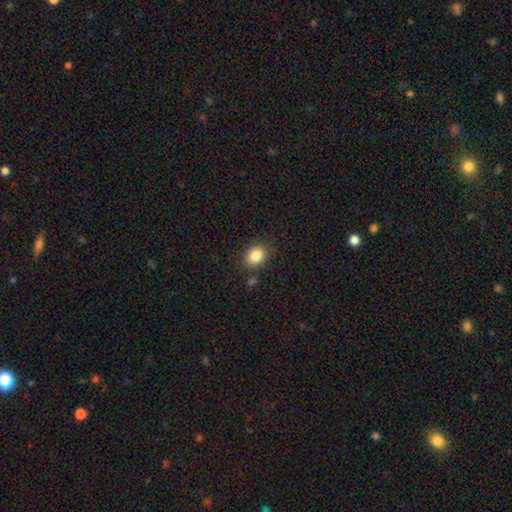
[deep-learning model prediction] Overall: smooth (85%). How rounded: in between (55%; round 44%). Merging: none (81%).